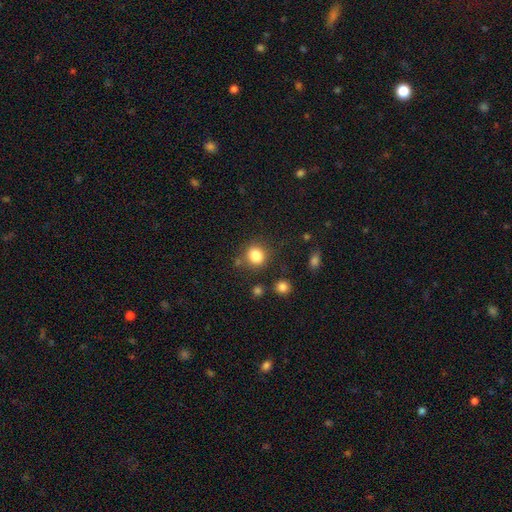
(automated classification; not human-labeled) Overall: smooth (84%). How rounded: round (83%). Merging: none (80%).